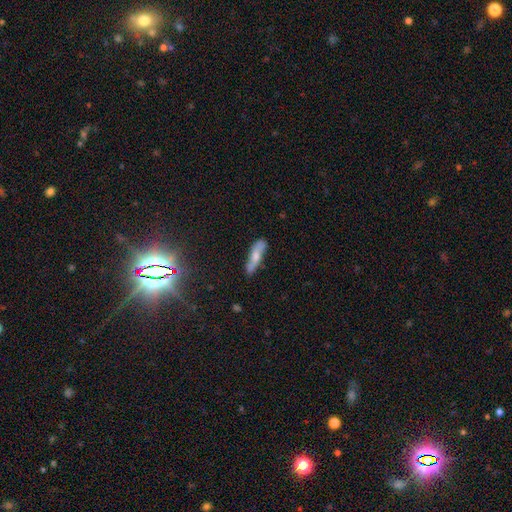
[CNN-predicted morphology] Smooth or featured? Predicted: smooth (p=0.58). How rounded? Predicted: cigar-shaped (p=0.72). Merging? Predicted: none (p=0.72).